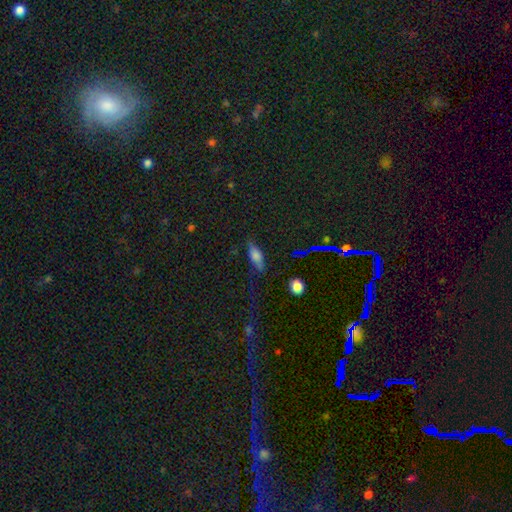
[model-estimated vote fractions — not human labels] smooth-or-featured: smooth: 61% | featured or disk: 27% | star or artifact: 12%
  how-rounded: in between: 67% | cigar-shaped: 28% | round: 5%
  merging: none: 66% | minor disturbance: 23% | major disturbance: 9% | merger: 2%